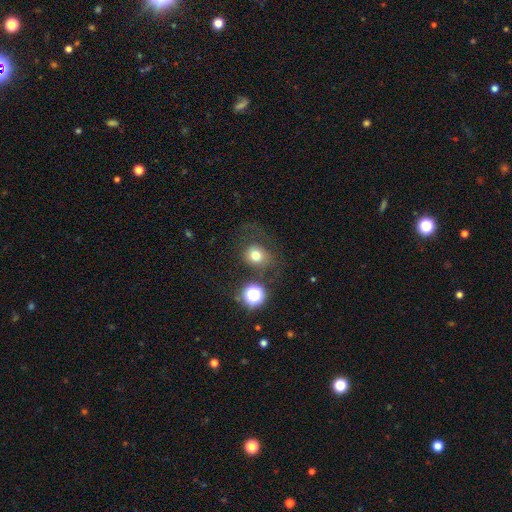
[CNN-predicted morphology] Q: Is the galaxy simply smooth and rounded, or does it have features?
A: smooth — 73%.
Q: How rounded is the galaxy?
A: round — 72%.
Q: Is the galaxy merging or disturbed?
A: none — 60%.